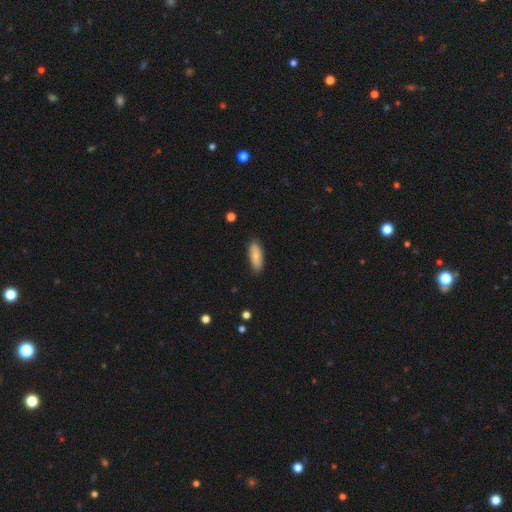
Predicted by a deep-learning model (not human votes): Overall: smooth (83%). How rounded: in between (65%; cigar-shaped 33%). Merging: none (86%).